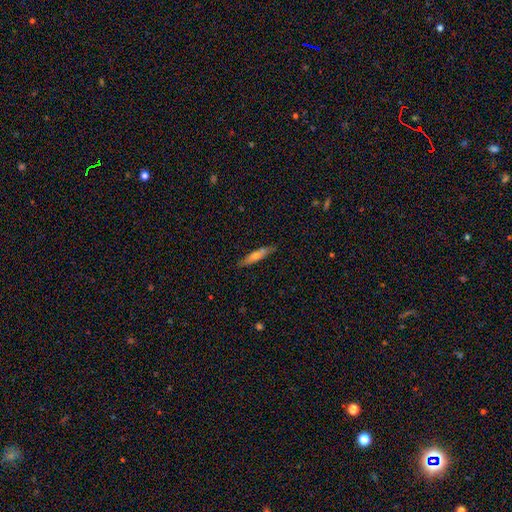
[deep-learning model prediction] Smooth or featured?
  - smooth: 51% *
  - featured or disk: 43%
  - star or artifact: 7%
How rounded?
  - cigar-shaped: 85% *
  - in between: 13%
  - round: 2%
Merging?
  - none: 84% *
  - minor disturbance: 12%
  - major disturbance: 2%
  - merger: 1%